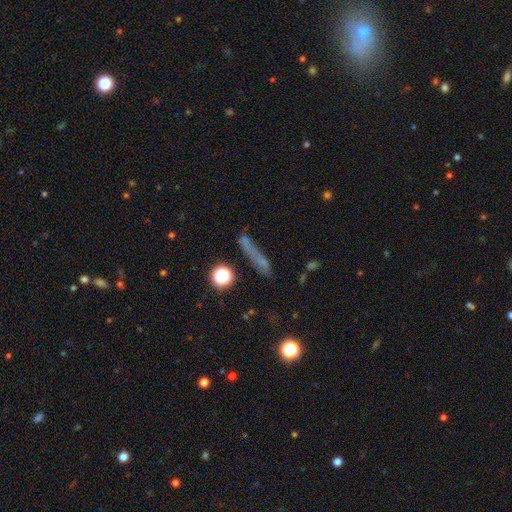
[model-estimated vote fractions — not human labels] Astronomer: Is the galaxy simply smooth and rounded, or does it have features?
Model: smooth — 48% (runner-up: featured or disk, 27%).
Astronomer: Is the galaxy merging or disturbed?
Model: none — 64%.